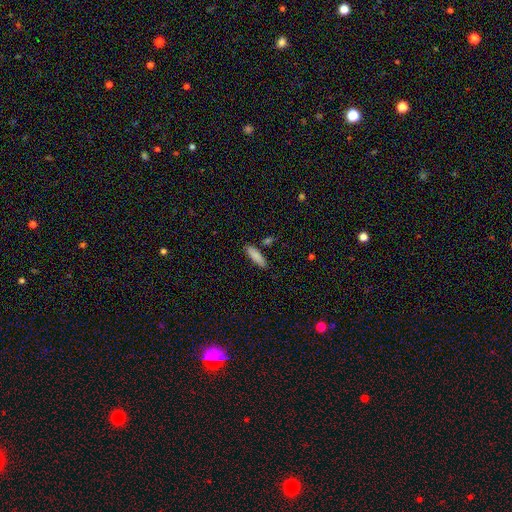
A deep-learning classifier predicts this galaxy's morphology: This appears to be a smooth galaxy with no disk features (86%) that is cigar-shaped (55%). Merging: none (83%).